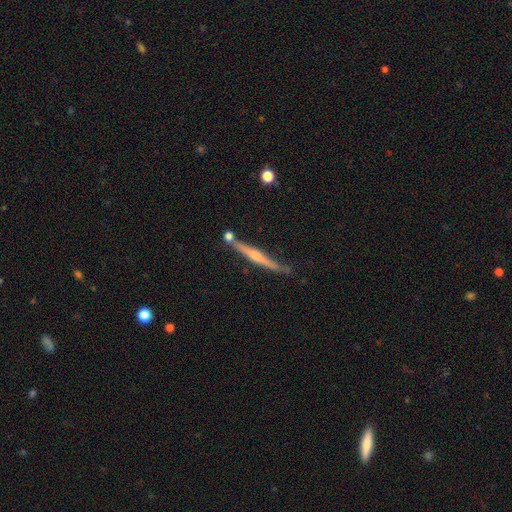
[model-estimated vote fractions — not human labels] Overall: featured or disk (71%). Edge-on disk: yes (97%). Edge-on bulge: rounded (69%). Merging: none (74%).